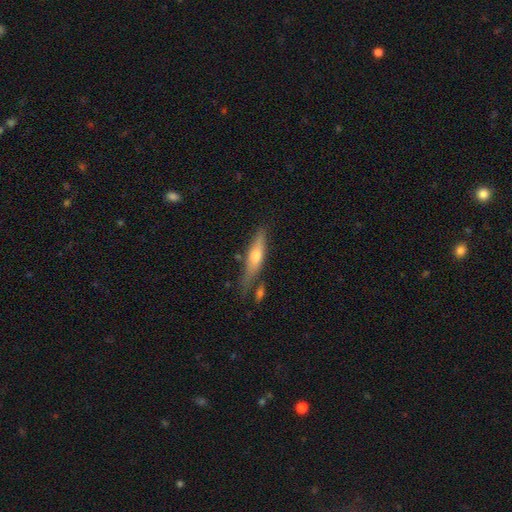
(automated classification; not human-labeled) This is possibly a featured or disk galaxy (54%). It is clearly viewed edge-on (91%). Merging: likely none (70%).